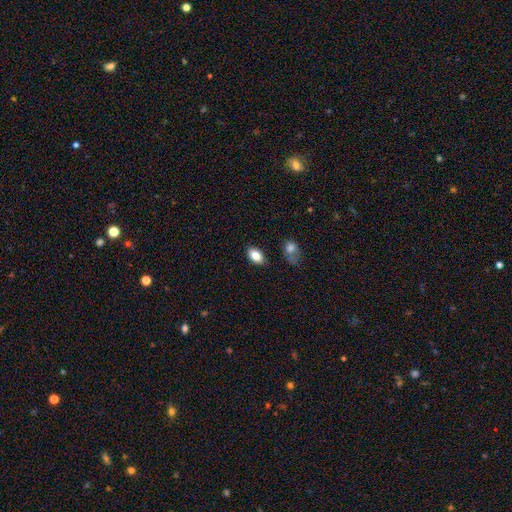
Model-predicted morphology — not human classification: Smooth or featured: smooth — 82% (featured or disk — 10%)
How rounded: in between — 89% (round — 9%)
Merging: none — 81% (minor disturbance — 12%)